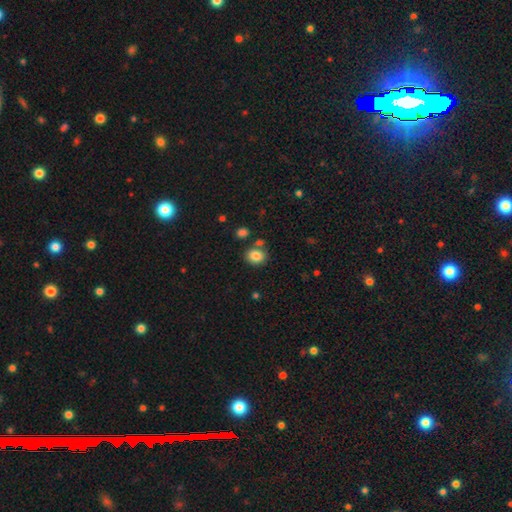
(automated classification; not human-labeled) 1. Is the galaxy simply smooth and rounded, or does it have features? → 84% smooth, 10% star or artifact, 6% featured or disk.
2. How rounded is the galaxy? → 57% round, 42% in between, 1% cigar-shaped.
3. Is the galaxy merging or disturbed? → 76% none, 11% minor disturbance, 10% merger, 3% major disturbance.